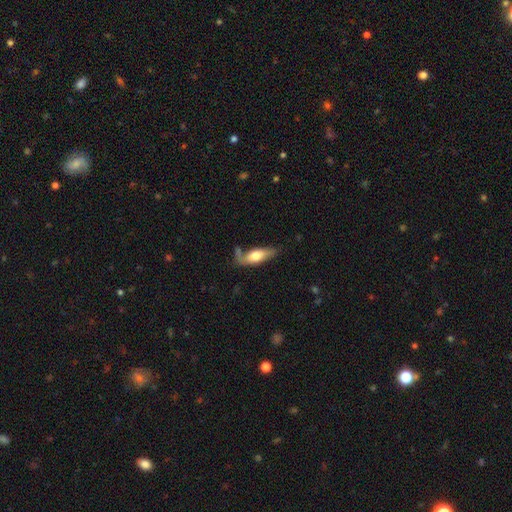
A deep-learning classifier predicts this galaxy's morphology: This is possibly a smooth galaxy (56%). How rounded: likely in between (68%). Merging: possibly none (46%).